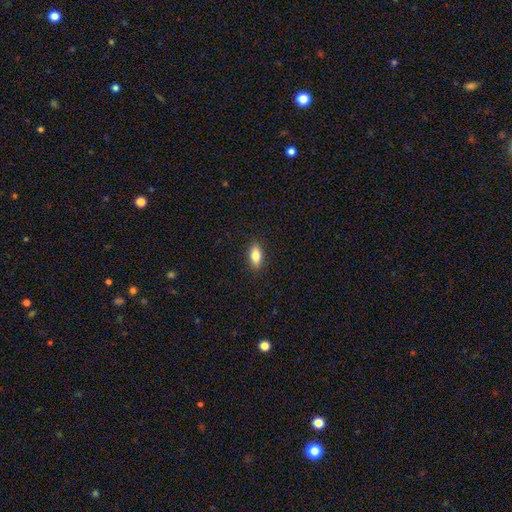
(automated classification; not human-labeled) smooth_or_featured: smooth (p=0.83) [alt: featured or disk p=0.10]
how_rounded: in between (p=0.85) [alt: cigar-shaped p=0.10]
merging: none (p=0.88) [alt: minor disturbance p=0.09]